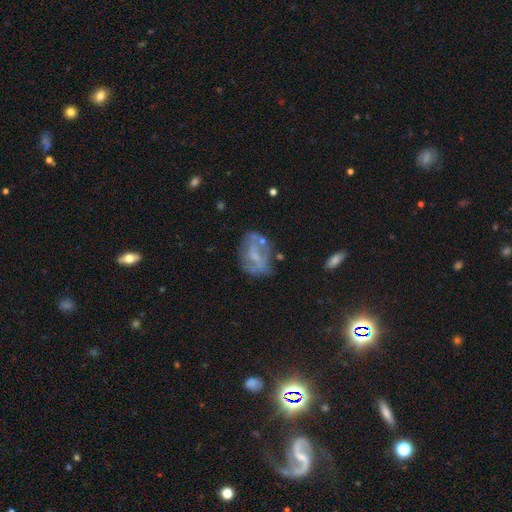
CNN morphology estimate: smooth-or-featured: featured or disk: 61% | smooth: 28% | star or artifact: 12%
  disk-edge-on: no: 95% | yes: 5%
    bar: no: 44% | weak: 40% | strong: 16%
    has-spiral-arms: no: 58% | yes: 42%
    bulge-size: small: 42% | none: 30% | moderate: 24% | large: 2% | dominant: 1%
  merging: none: 55% | minor disturbance: 23% | major disturbance: 15% | merger: 7%